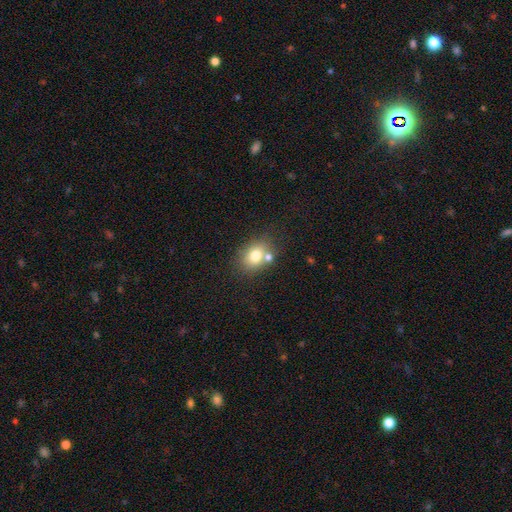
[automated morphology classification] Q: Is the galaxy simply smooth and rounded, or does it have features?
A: smooth — 75%.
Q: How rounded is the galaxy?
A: in between — 54%.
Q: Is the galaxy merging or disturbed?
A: none — 62%.